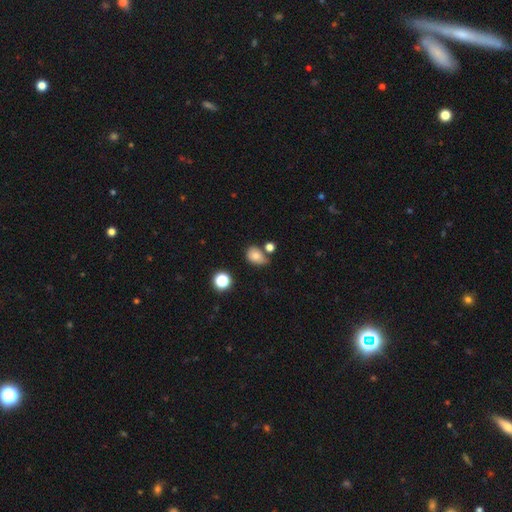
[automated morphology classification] smooth_or_featured: smooth (p=0.77) [alt: star or artifact p=0.12]
how_rounded: in between (p=0.63) [alt: round p=0.36]
merging: none (p=0.46) [alt: minor disturbance p=0.28]